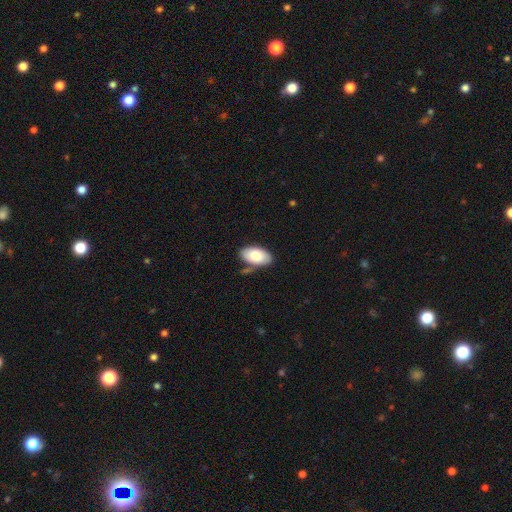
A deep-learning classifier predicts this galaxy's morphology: smooth 80%, featured or disk 14%, star or artifact 6%. Down the decision tree: how rounded — in between (95%); merging — none (70%).